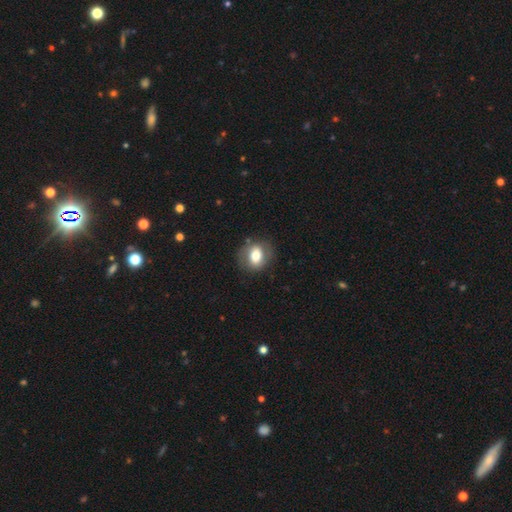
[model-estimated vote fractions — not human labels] Smooth or featured? smooth (68%)
How rounded? in between (51%)
Merging? none (80%)